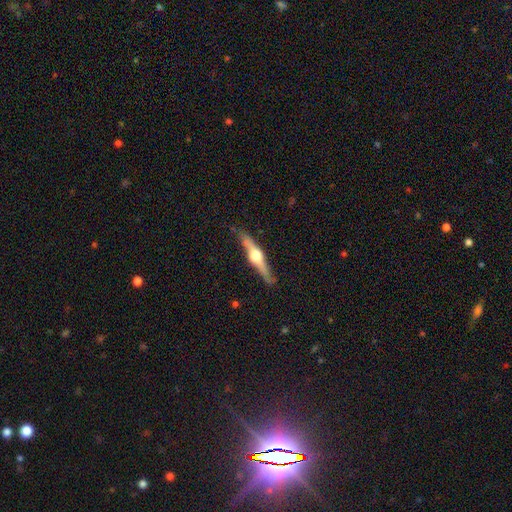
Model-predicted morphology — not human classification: This is likely a featured or disk galaxy (76%). It is clearly viewed edge-on (97%). Edge-on bulge: clearly rounded (95%). Merging: clearly none (85%).